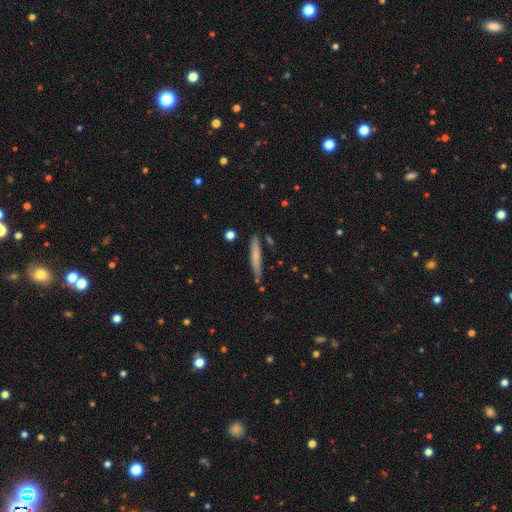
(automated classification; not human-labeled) Overall: smooth (67%; featured or disk 27%). How rounded: cigar-shaped (94%). Merging: none (83%).